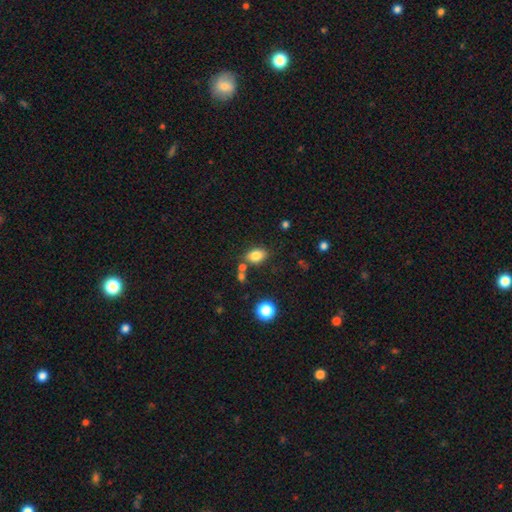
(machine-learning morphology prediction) This is clearly a smooth galaxy (82%). How rounded: clearly in between (81%). Merging: likely none (73%).